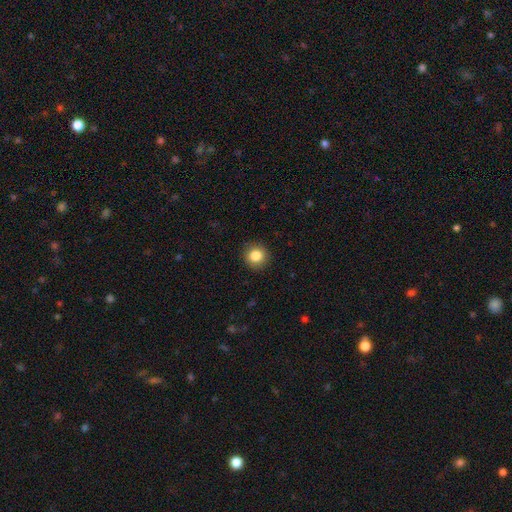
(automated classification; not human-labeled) Morphology: type=smooth (85%); roundness=round (91%); merging=none (91%).